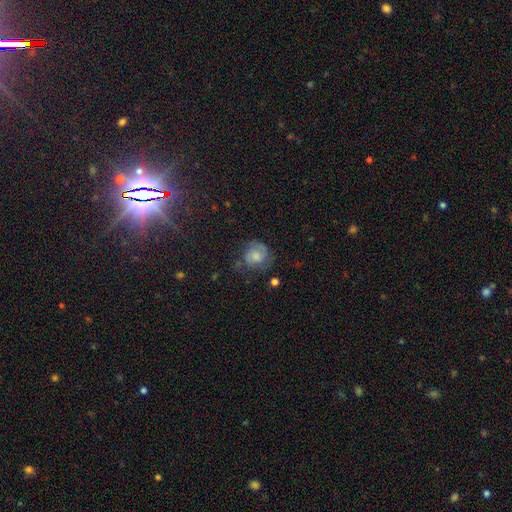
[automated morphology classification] type=smooth (53%); roundness=round (72%); merging=none (51%).